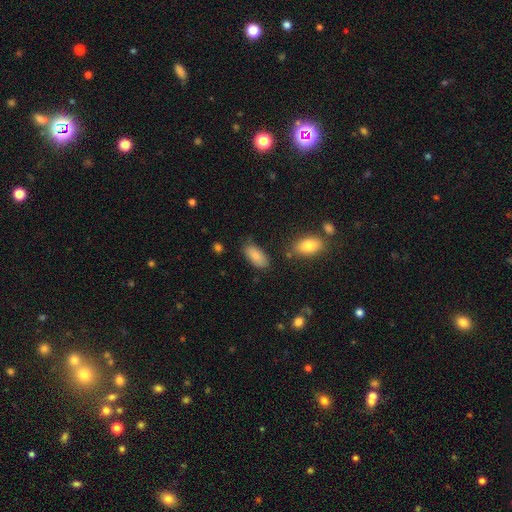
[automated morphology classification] type=smooth (85%); roundness=in between (90%); merging=none (77%).